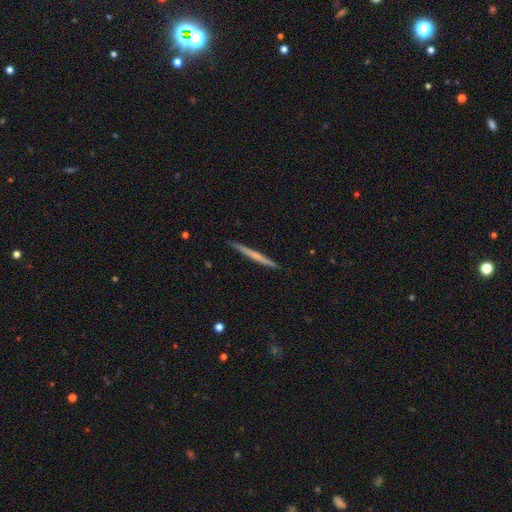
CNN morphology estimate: The model was most divided on "smooth or featured": featured or disk: 52%, smooth: 43%, star or artifact: 5%. More confident: edge-on disk — yes (98%); merging — none (92%); edge-on bulge — none (72%).